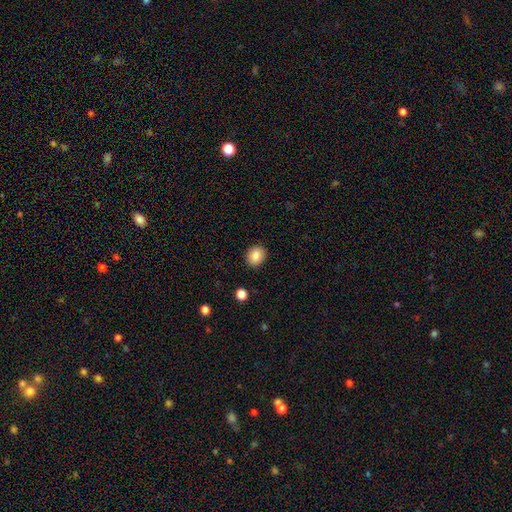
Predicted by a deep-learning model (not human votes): Smooth or featured: smooth — 85% (star or artifact — 9%)
How rounded: round — 69% (in between — 30%)
Merging: none — 90% (minor disturbance — 7%)